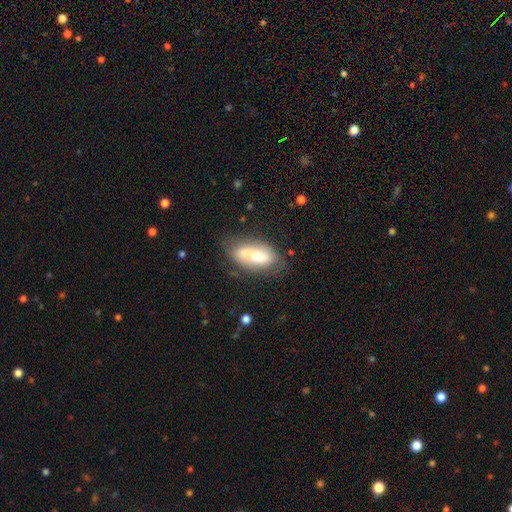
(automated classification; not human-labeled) Q: Smooth or featured?
A: smooth (56%); runner-up: featured or disk (37%)
Q: How rounded?
A: in between (83%); runner-up: cigar-shaped (14%)
Q: Merging?
A: none (61%); runner-up: minor disturbance (24%)